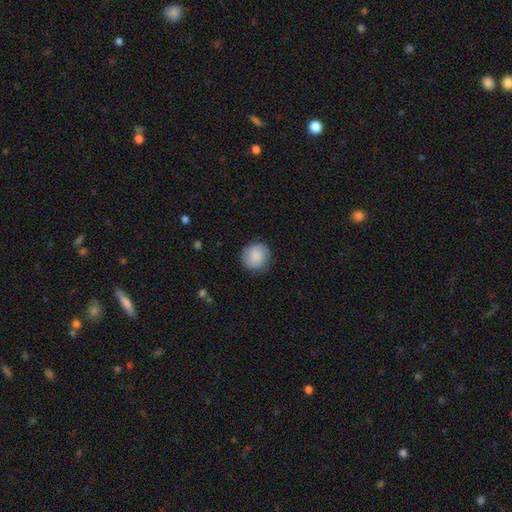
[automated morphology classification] smooth 88%, star or artifact 7%, featured or disk 6%. Down the decision tree: how rounded — round (93%); merging — none (86%).